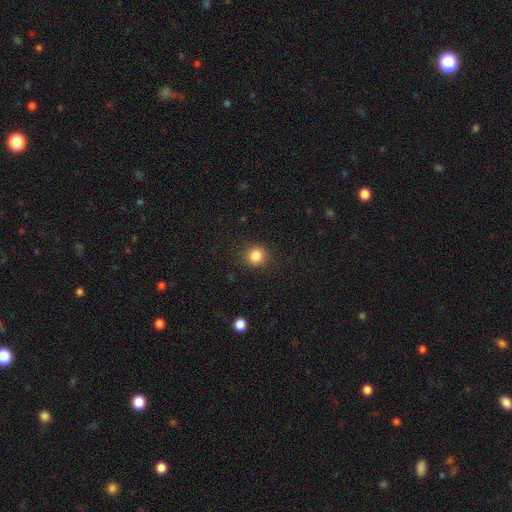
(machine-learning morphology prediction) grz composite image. It shows a smooth galaxy with no disk features (84%) that is round (89%). Merging: none (89%).